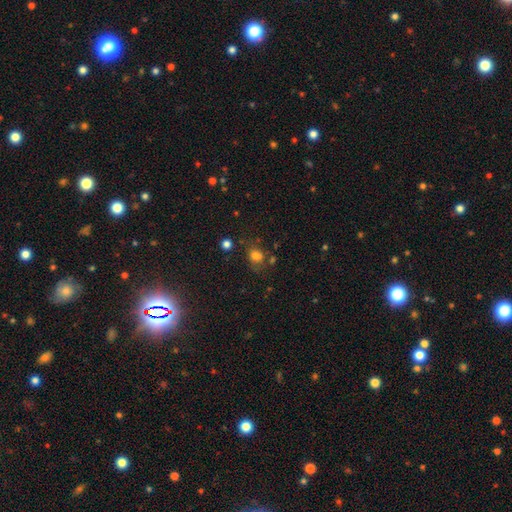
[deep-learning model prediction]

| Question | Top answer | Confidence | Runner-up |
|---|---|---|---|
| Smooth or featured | smooth | 73% | star or artifact (17%) |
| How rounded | round | 54% | in between (45%) |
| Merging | none | 58% | minor disturbance (20%) |